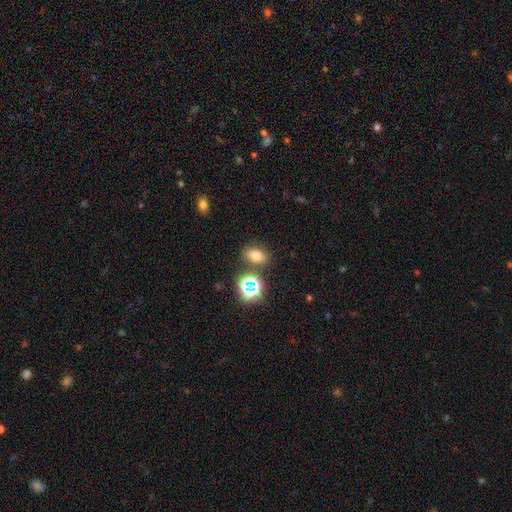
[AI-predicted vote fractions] Smooth or featured?
  - smooth: 67% *
  - star or artifact: 23%
  - featured or disk: 10%
How rounded?
  - in between: 77% *
  - round: 22%
  - cigar-shaped: 2%
Merging?
  - none: 75% *
  - minor disturbance: 12%
  - merger: 9%
  - major disturbance: 4%